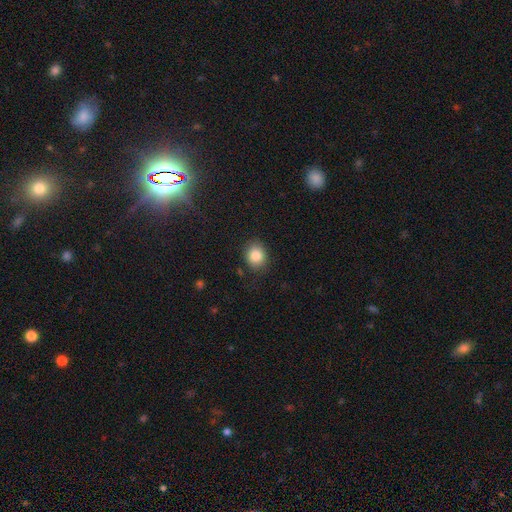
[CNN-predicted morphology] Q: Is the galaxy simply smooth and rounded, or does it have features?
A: smooth — 85%.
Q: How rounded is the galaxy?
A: round — 64%.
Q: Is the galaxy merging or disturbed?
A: none — 83%.